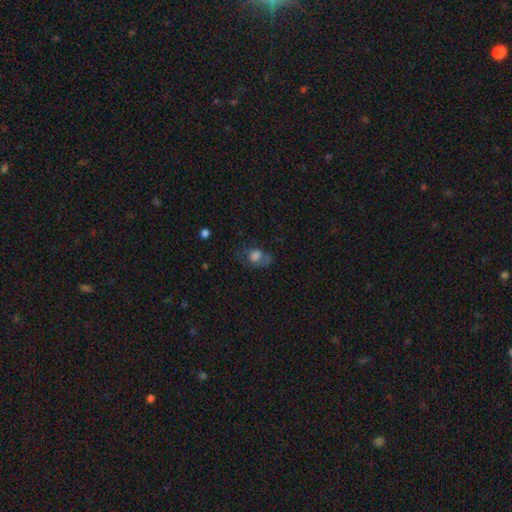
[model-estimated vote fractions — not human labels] The model was most divided on "merging": none: 41%, major disturbance: 30%, minor disturbance: 26%, merger: 4%. More confident: smooth or featured — smooth (66%); how rounded — in between (60%).